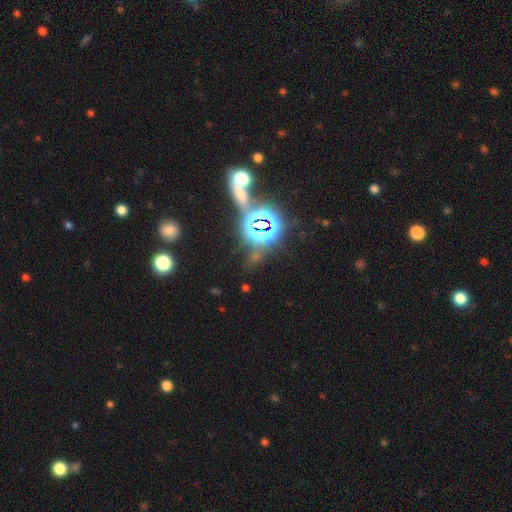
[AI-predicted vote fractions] Smooth or featured? star or artifact (75%)